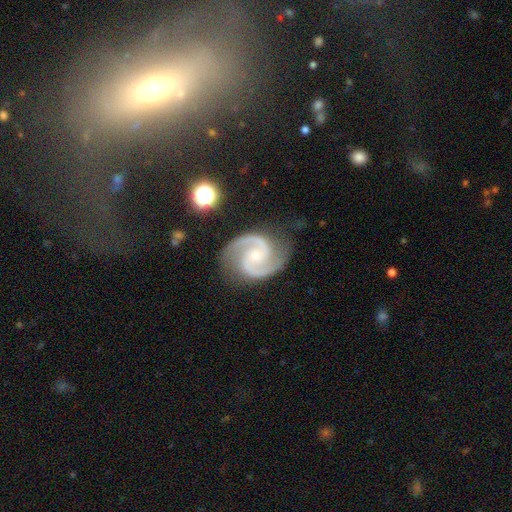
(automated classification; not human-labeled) A featured or disk galaxy (93%) with no bar (59%), 2 (94%) medium (65%) spiral arms (99%) and a small central bulge (67%). Merging: none (81%).